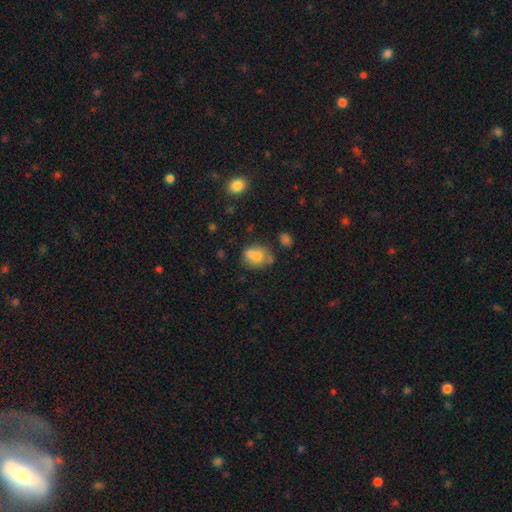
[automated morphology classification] smooth 70%, featured or disk 20%, star or artifact 10%. Down the decision tree: how rounded — in between (55%); merging — none (38%).